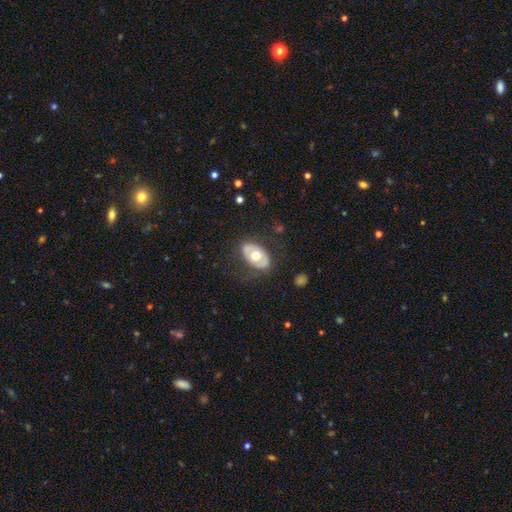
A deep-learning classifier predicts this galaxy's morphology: Smooth or featured? Predicted: smooth (p=0.50). Merging? Predicted: none (p=0.76).